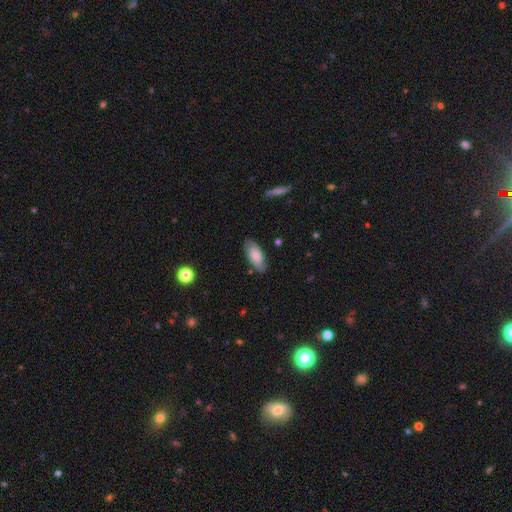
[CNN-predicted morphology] The model was most divided on "smooth or featured": smooth: 68%, featured or disk: 25%, star or artifact: 7%. More confident: how rounded — in between (88%); merging — none (82%).